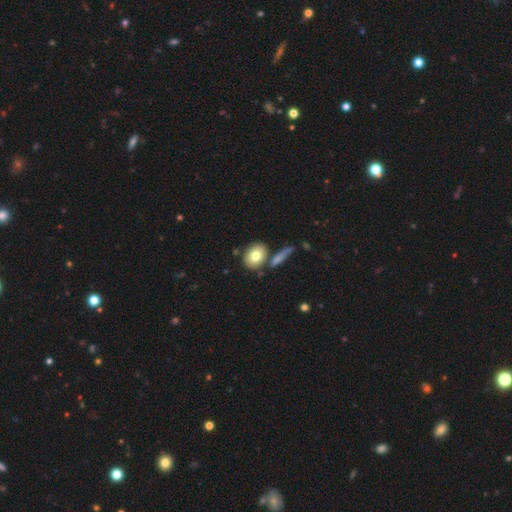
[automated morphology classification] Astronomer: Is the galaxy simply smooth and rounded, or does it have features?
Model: smooth — 75%.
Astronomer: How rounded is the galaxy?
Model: in between — 60% (runner-up: round, 37%).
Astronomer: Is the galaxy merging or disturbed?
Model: none — 68%.